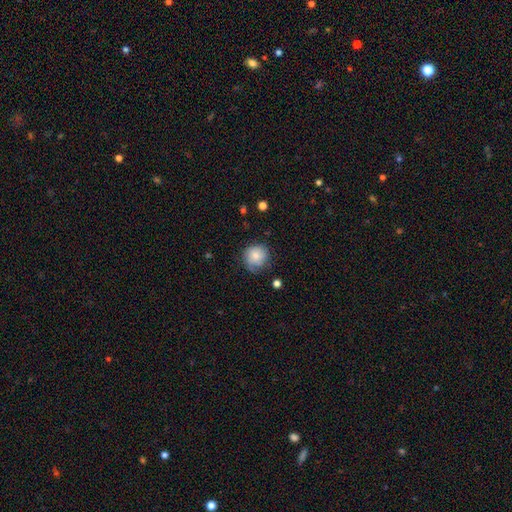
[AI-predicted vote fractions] This appears to be a smooth galaxy with no disk features (77%) that is round (87%). Merging: none (66%).